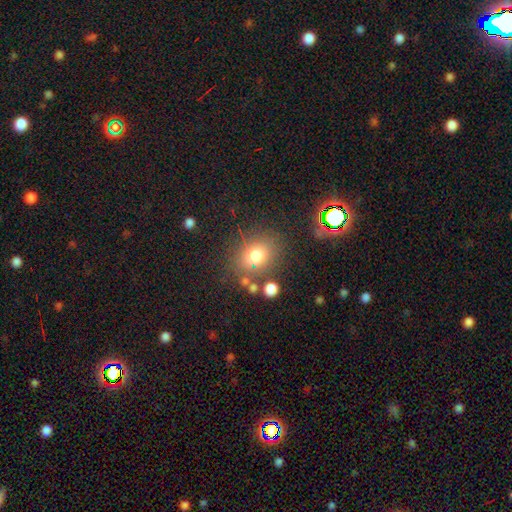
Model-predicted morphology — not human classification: This appears to be a smooth galaxy with no disk features (76%) that is round (51%). Merging: none (74%).